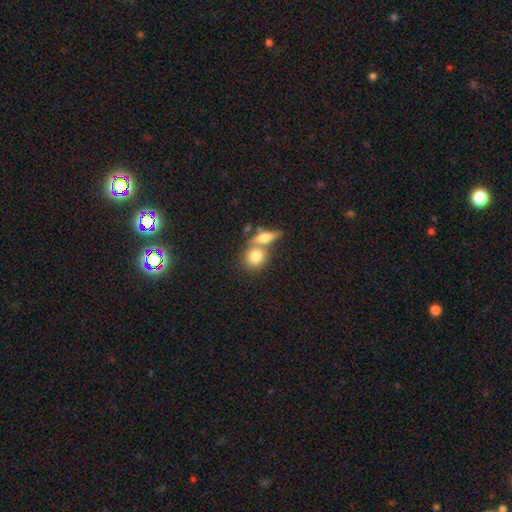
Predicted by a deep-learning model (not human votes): smooth_or_featured: smooth (p=0.77) [alt: featured or disk p=0.16]
how_rounded: round (p=0.62) [alt: in between p=0.34]
merging: merger (p=0.48) [alt: none p=0.40]